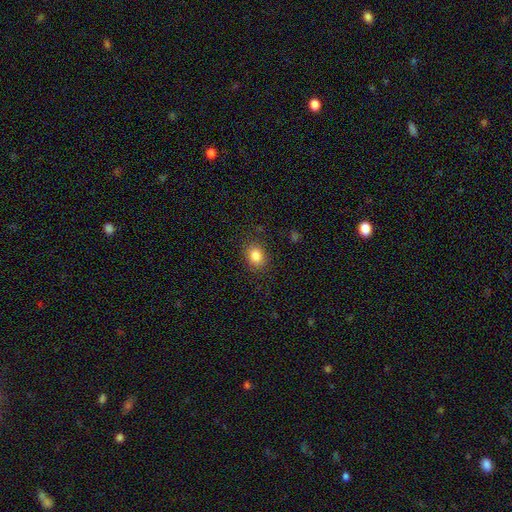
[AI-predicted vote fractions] smooth-or-featured: smooth: 85% | star or artifact: 10% | featured or disk: 5%
  how-rounded: in between: 50% | round: 49% | cigar-shaped: 1%
  merging: none: 85% | minor disturbance: 10% | major disturbance: 4% | merger: 1%